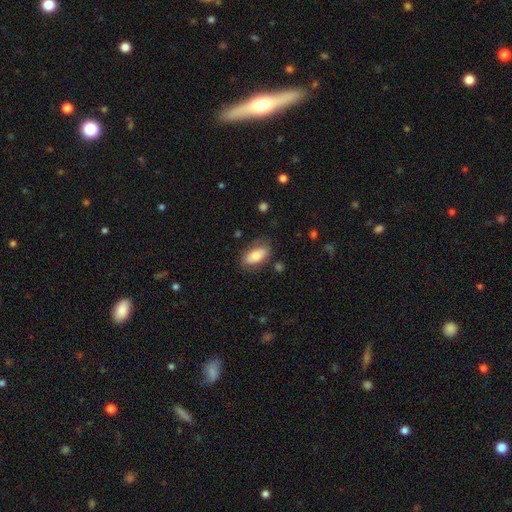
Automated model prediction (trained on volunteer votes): Smooth or featured? smooth (77%)
How rounded? in between (91%)
Merging? none (72%)